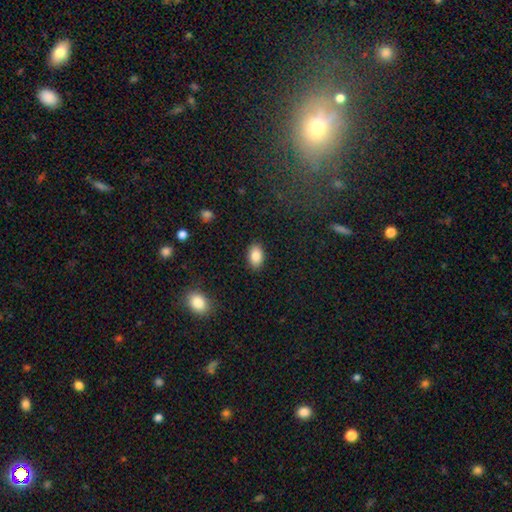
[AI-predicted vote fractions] A smooth galaxy with no disk features (87%) that is in between round and cigar-shaped (92%). Merging: none (88%).